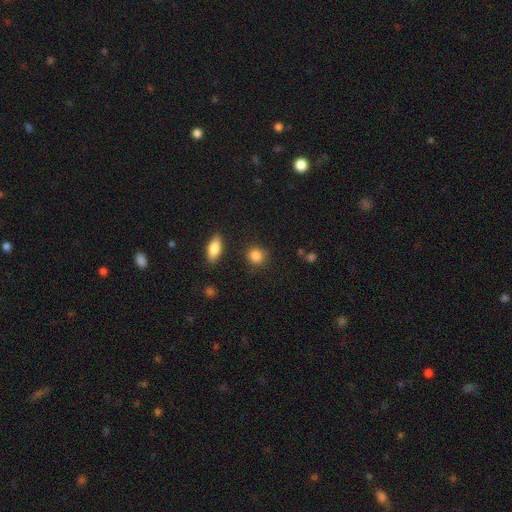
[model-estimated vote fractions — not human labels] Smooth or featured? Predicted: smooth (p=0.88). How rounded? Predicted: round (p=0.76). Merging? Predicted: none (p=0.85).